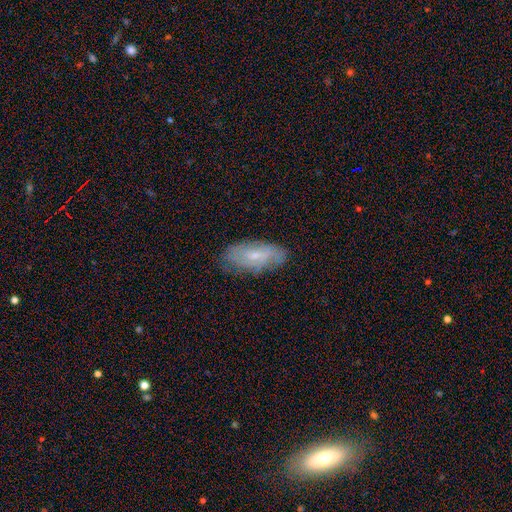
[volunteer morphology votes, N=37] smooth_or_featured: featured or disk (p=0.62) [alt: smooth p=0.35]
disk_edge_on: no (p=0.87) [alt: yes p=0.13]
bar: no (p=0.60) [alt: weak p=0.30]
has_spiral_arms: yes (p=0.75) [alt: no p=0.25]
spiral_winding: tight (p=0.67) [alt: loose p=0.20]
spiral_arm_count: can't tell (p=0.67) [alt: 2 p=0.13]
bulge_size: small (p=0.95) [alt: moderate p=0.05]
merging: none (p=0.67) [alt: minor disturbance p=0.28]